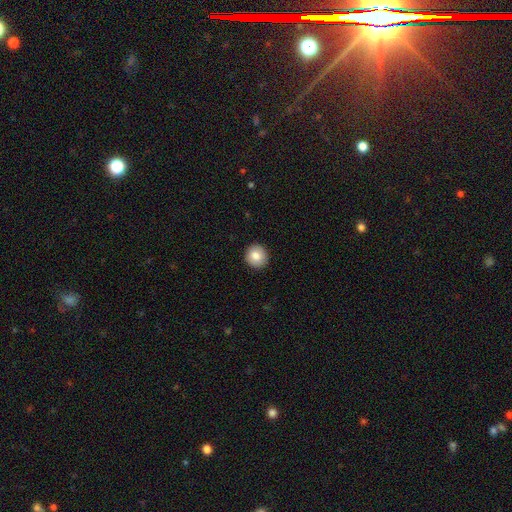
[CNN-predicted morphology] Smooth or featured?
  - smooth: 83% *
  - featured or disk: 9%
  - star or artifact: 8%
How rounded?
  - round: 91% *
  - in between: 8%
  - cigar-shaped: 1%
Merging?
  - none: 91% *
  - minor disturbance: 6%
  - major disturbance: 2%
  - merger: 1%